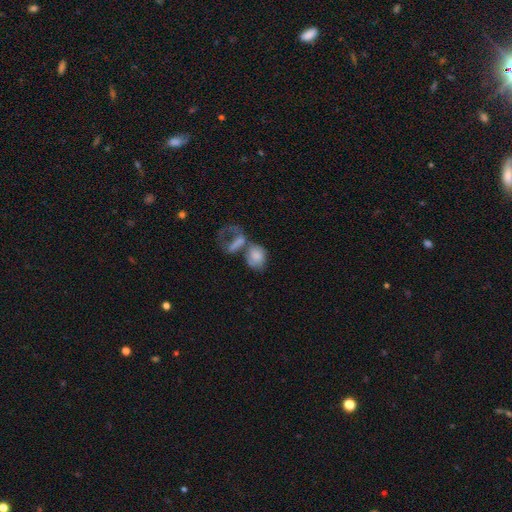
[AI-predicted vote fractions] Overall: smooth (68%). How rounded: in between (68%; round 29%). Merging: merger (56%; major disturbance 17%).